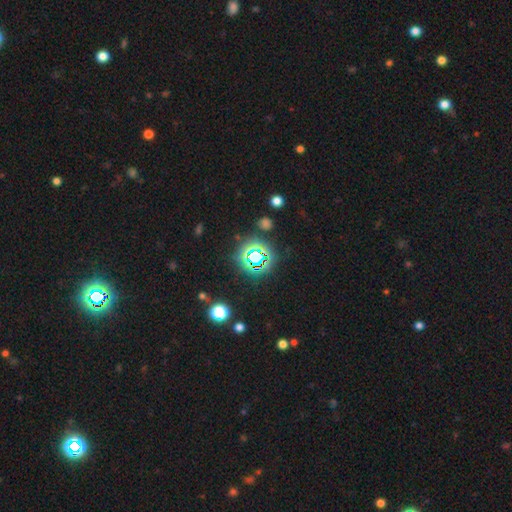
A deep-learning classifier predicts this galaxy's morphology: Smooth or featured: star or artifact — 69% (smooth — 21%)